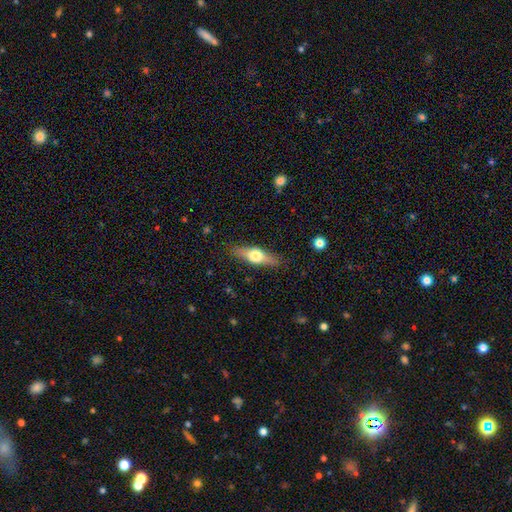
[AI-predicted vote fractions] Smooth or featured: featured or disk — 52% (smooth — 41%)
Edge-on disk: yes — 92% (no — 8%)
Merging: none — 85% (minor disturbance — 11%)